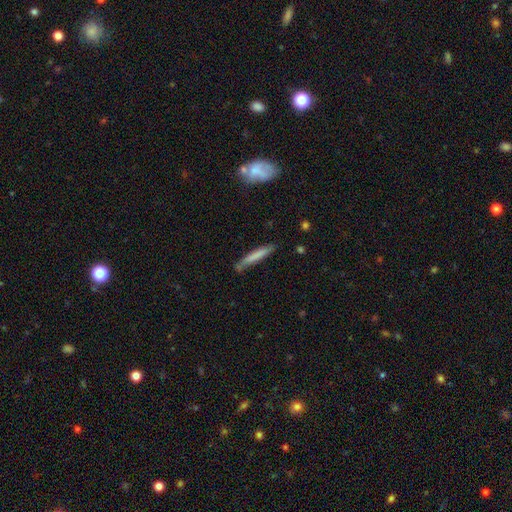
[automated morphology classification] smooth_or_featured: smooth (p=0.70) [alt: featured or disk p=0.24]
how_rounded: cigar-shaped (p=0.94) [alt: in between p=0.04]
merging: none (p=0.76) [alt: minor disturbance p=0.17]